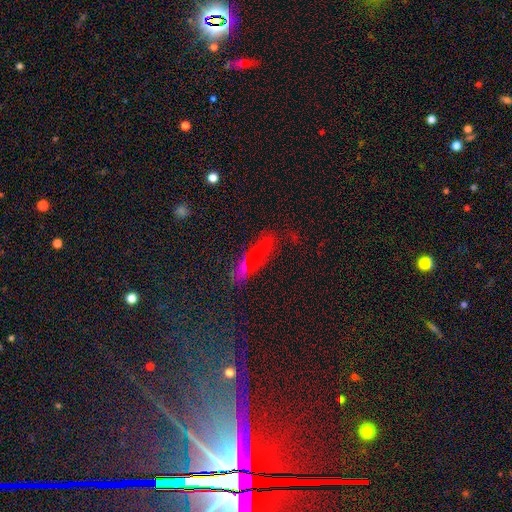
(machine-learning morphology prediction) This appears to be a smooth galaxy with no disk features (46%). Merging: none (62%).